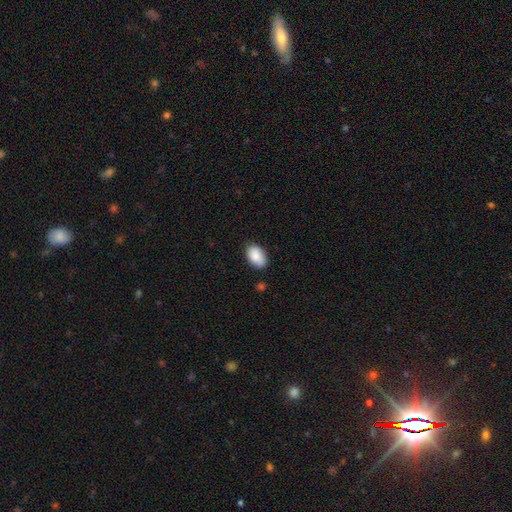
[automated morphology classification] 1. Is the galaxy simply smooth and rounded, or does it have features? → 88% smooth, 7% star or artifact, 5% featured or disk.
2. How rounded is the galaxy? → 91% in between, 8% round, 1% cigar-shaped.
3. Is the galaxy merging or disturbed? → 79% none, 16% minor disturbance, 3% major disturbance, 2% merger.